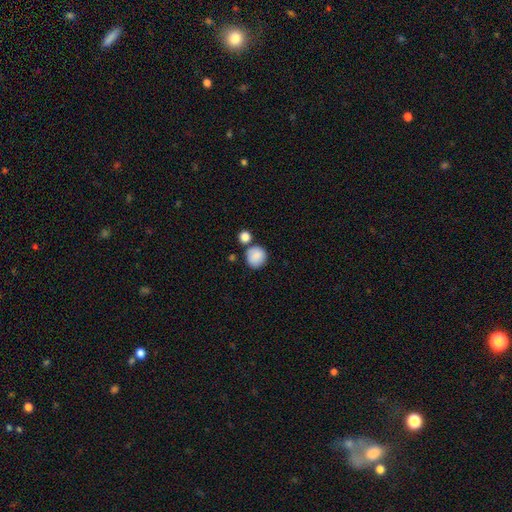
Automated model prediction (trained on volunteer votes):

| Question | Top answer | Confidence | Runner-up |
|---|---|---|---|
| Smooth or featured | smooth | 87% | star or artifact (7%) |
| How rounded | round | 89% | in between (10%) |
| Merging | none | 69% | merger (16%) |